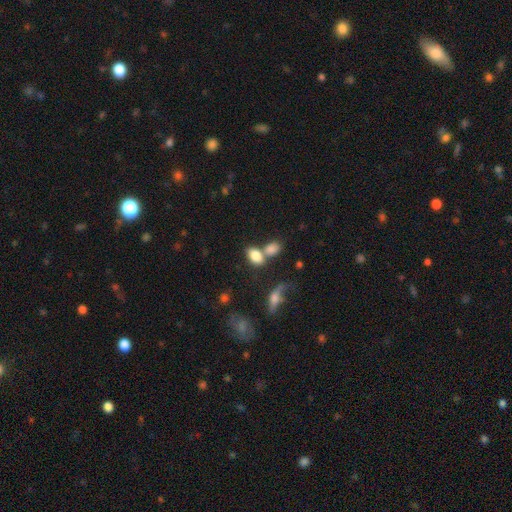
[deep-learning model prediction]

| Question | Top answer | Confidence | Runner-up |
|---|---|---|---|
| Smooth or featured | smooth | 80% | featured or disk (11%) |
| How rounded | in between | 87% | round (10%) |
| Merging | merger | 45% | none (37%) |